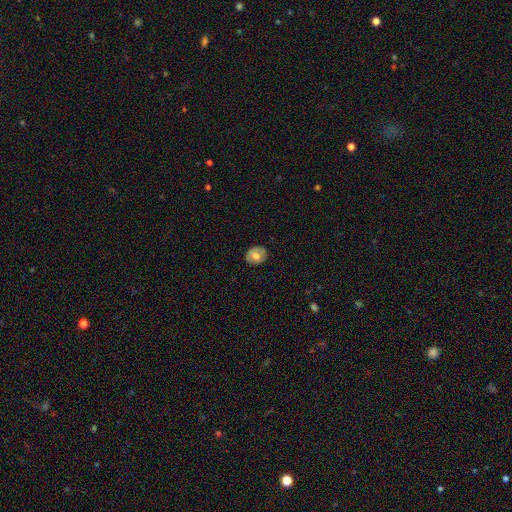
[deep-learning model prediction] Smooth or featured? Predicted: smooth (p=0.65). How rounded? Predicted: round (p=0.69). Merging? Predicted: none (p=0.85).